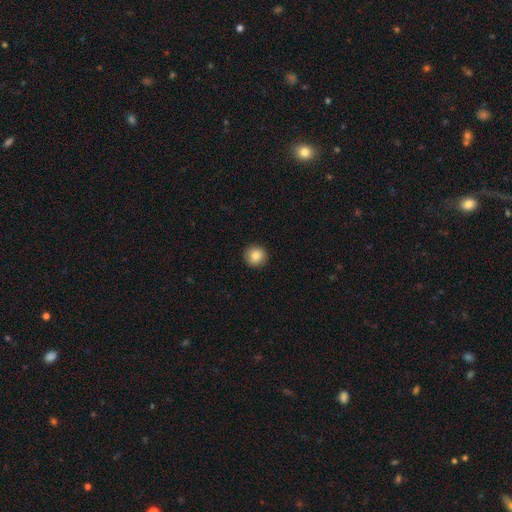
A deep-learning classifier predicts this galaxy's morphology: Q: Smooth or featured?
A: smooth (87%); runner-up: star or artifact (9%)
Q: How rounded?
A: round (93%); runner-up: in between (6%)
Q: Merging?
A: none (92%); runner-up: minor disturbance (6%)